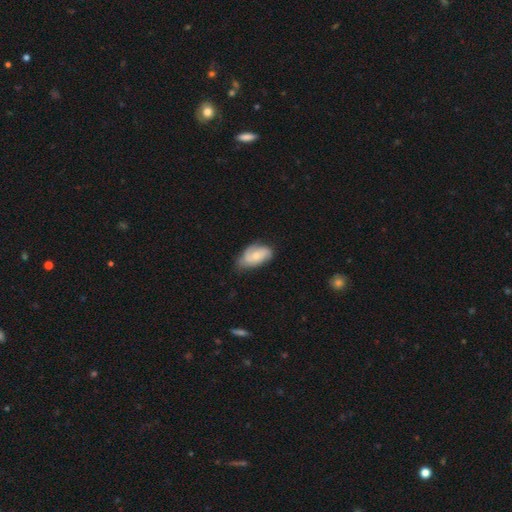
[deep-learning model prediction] smooth-or-featured: featured or disk: 53% | smooth: 41% | star or artifact: 6%
  disk-edge-on: no: 95% | yes: 5%
    bar: no: 65% | weak: 29% | strong: 5%
    has-spiral-arms: yes: 89% | no: 11%
    bulge-size: small: 47% | moderate: 40% | none: 8% | large: 4% | dominant: 1%
  merging: none: 60% | minor disturbance: 30% | major disturbance: 8% | merger: 2%